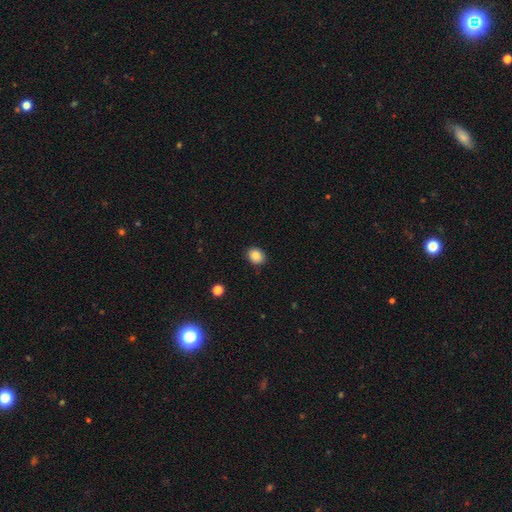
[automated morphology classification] A smooth galaxy with no disk features (87%) that is in between round and cigar-shaped (50%).

Vote fractions:
- Smooth or featured? smooth: 87% / star or artifact: 9% / featured or disk: 4%
- How rounded? in between: 50% / round: 49% / cigar-shaped: 1%
- Merging? none: 89% / minor disturbance: 8% / major disturbance: 2% / merger: 1%